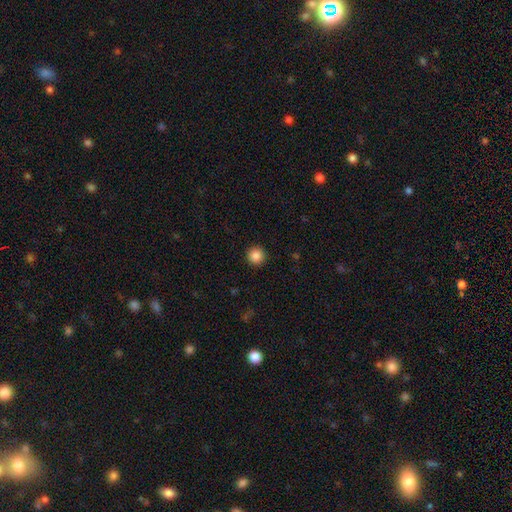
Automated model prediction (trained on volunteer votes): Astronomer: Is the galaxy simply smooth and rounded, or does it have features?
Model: smooth — 86%.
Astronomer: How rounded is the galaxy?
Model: round — 96%.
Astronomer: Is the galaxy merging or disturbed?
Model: none — 93%.